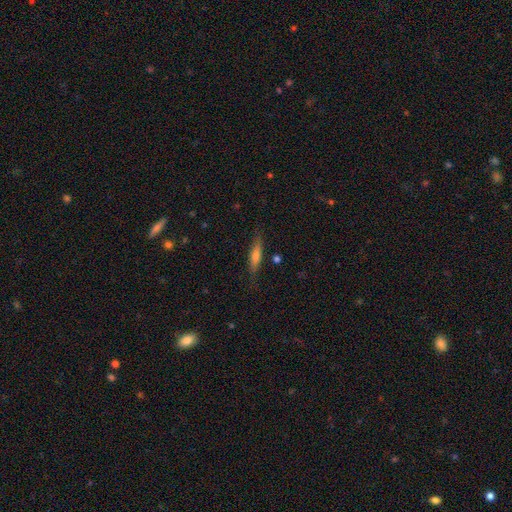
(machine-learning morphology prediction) smooth_or_featured: smooth (p=0.54) [alt: featured or disk p=0.39]
how_rounded: cigar-shaped (p=0.79) [alt: in between p=0.19]
merging: none (p=0.81) [alt: minor disturbance p=0.14]